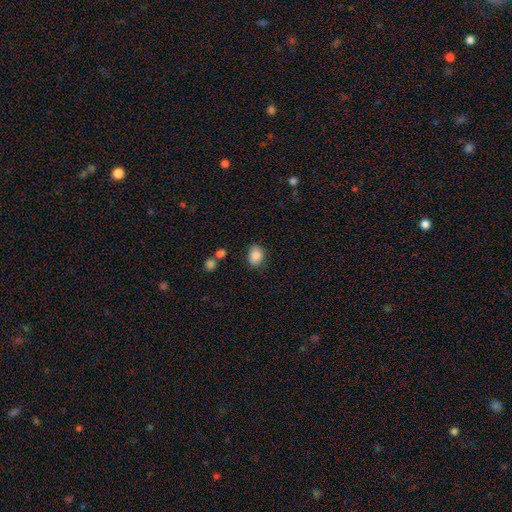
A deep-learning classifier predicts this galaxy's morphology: Smooth or featured? smooth (87%)
How rounded? in between (64%)
Merging? none (75%)